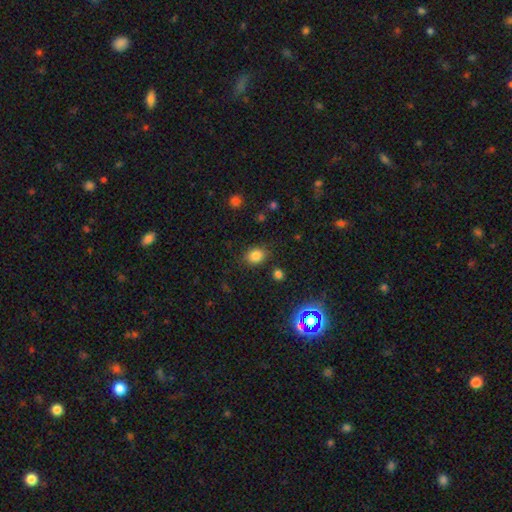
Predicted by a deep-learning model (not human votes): Smooth or featured: smooth — 81% (star or artifact — 13%)
How rounded: round — 54% (in between — 45%)
Merging: none — 82% (minor disturbance — 11%)